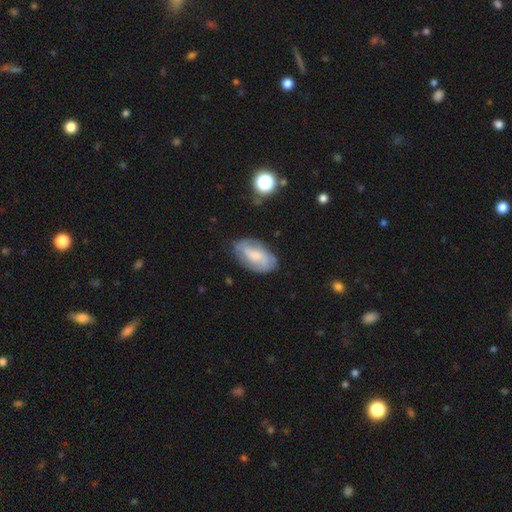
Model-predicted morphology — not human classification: This is possibly a featured or disk galaxy (50%). Merging: likely none (71%).